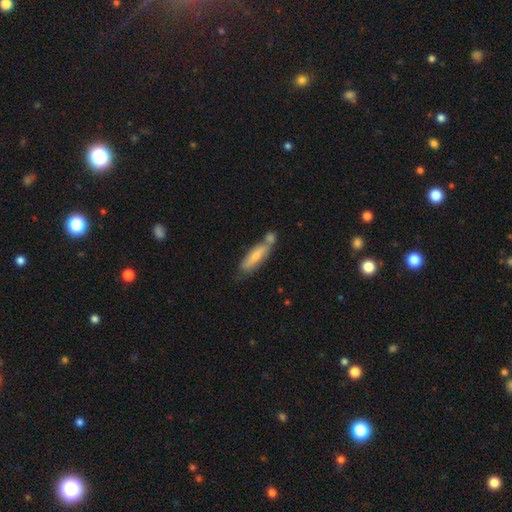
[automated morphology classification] This is likely a smooth galaxy (60%). How rounded: likely cigar-shaped (68%). Merging: marginally none (41%).